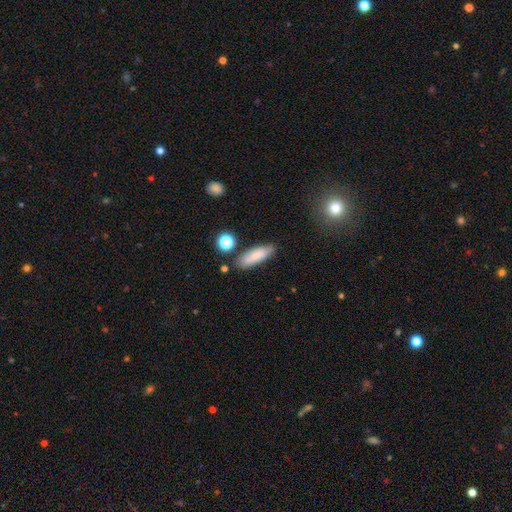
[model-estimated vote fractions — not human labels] Smooth or featured: smooth — 73% (featured or disk — 19%)
How rounded: in between — 50% (cigar-shaped — 47%)
Merging: none — 78% (minor disturbance — 14%)